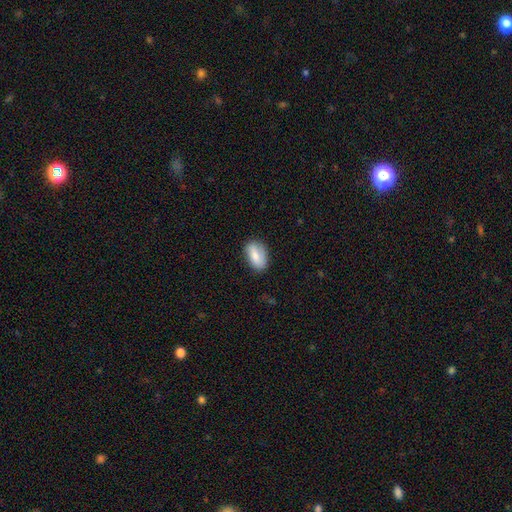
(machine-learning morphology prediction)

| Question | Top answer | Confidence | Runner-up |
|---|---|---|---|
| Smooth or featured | smooth | 69% | featured or disk (24%) |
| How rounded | in between | 89% | round (8%) |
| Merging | none | 77% | minor disturbance (18%) |